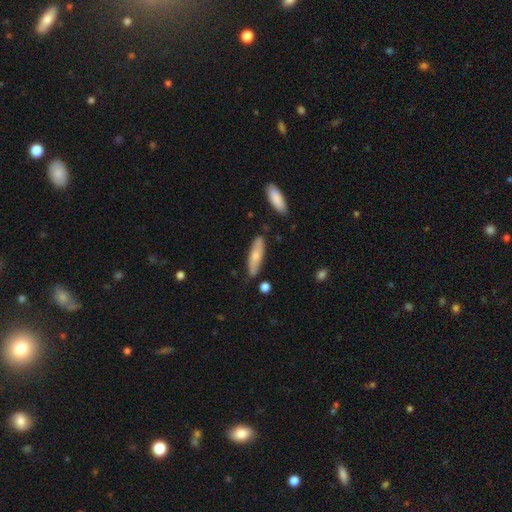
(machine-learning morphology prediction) The model was most divided on "how rounded": cigar-shaped: 63%, in between: 35%, round: 2%. More confident: merging — none (80%); smooth or featured — smooth (67%).